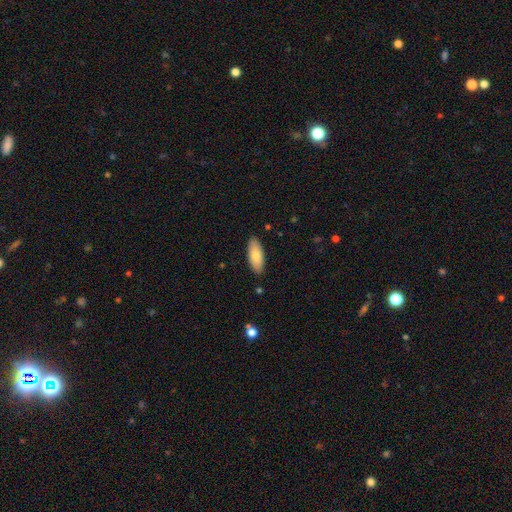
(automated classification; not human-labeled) Smooth or featured: smooth — 80% (featured or disk — 14%)
How rounded: in between — 82% (cigar-shaped — 16%)
Merging: none — 88% (minor disturbance — 9%)